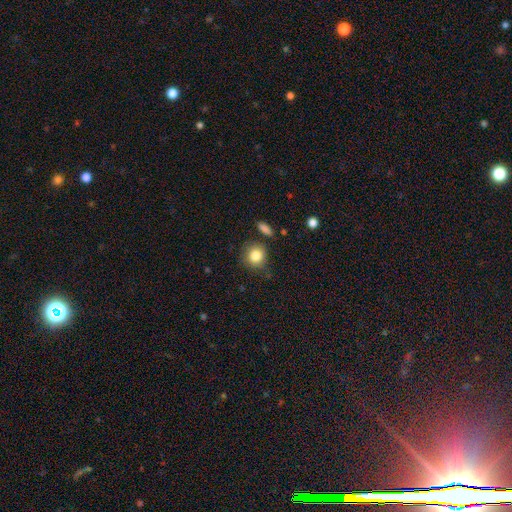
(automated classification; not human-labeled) Smooth or featured: smooth — 84% (star or artifact — 9%)
How rounded: round — 86% (in between — 13%)
Merging: none — 77% (minor disturbance — 14%)